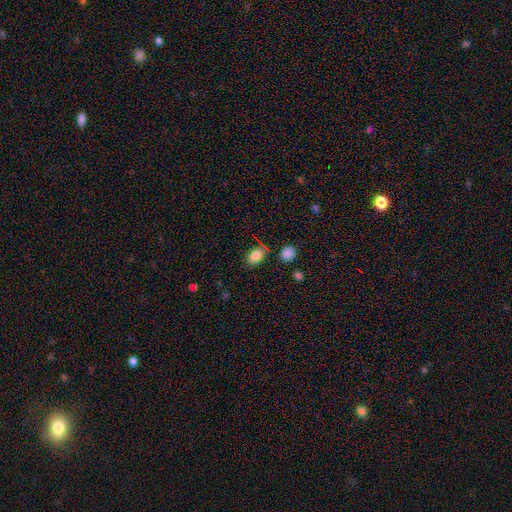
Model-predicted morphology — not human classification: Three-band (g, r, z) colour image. It shows a smooth galaxy with no disk features (82%) that is in between round and cigar-shaped (78%). Merging: none (77%).